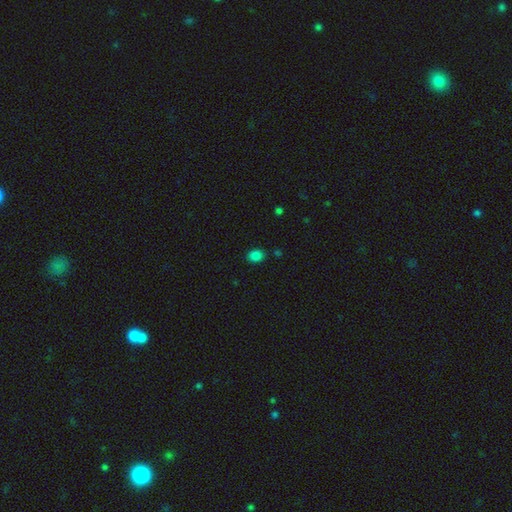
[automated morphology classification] smooth_or_featured: smooth (p=0.83) [alt: star or artifact p=0.13]
how_rounded: in between (p=0.65) [alt: round p=0.34]
merging: none (p=0.85) [alt: minor disturbance p=0.10]